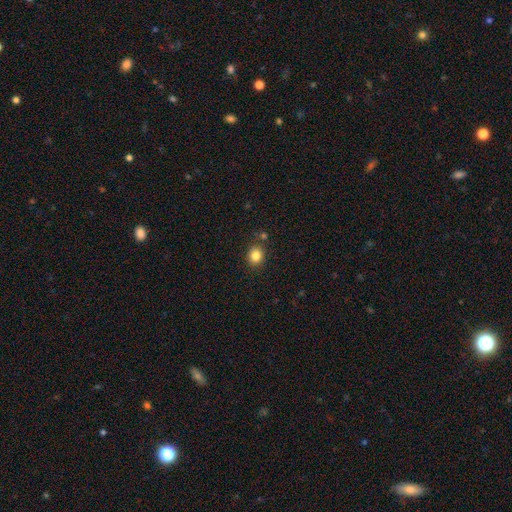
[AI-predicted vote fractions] Overall: smooth (83%). How rounded: round (70%). Merging: none (84%).